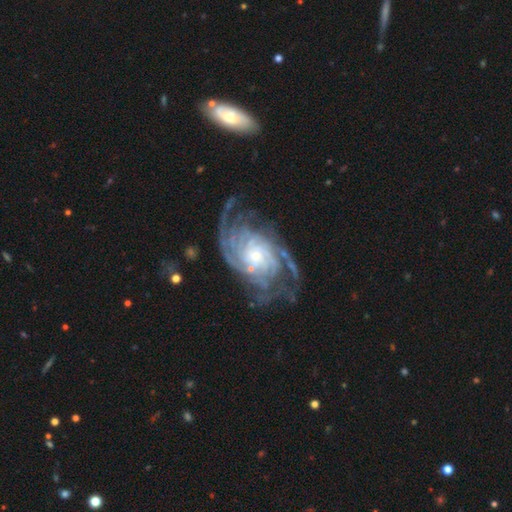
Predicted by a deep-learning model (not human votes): Overall: featured or disk (90%). Edge-on disk: no (97%). Bar: no (71%). Spiral arms: yes (98%). Spiral arm count: 4 (23%, tied with can't tell). Spiral winding: tight (63%; medium 29%). Bulge size: small (67%). Merging: none (66%).